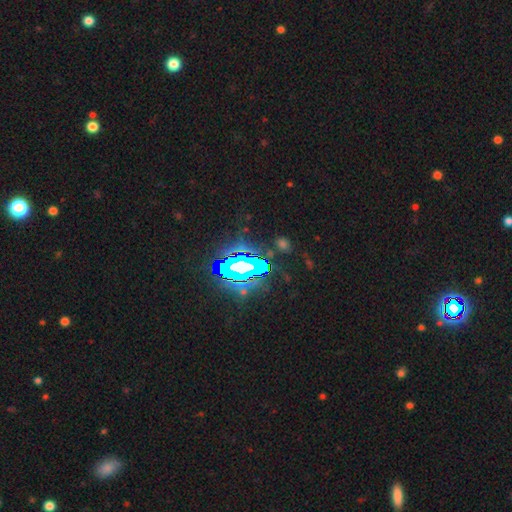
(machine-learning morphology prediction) Overall: star or artifact (76%).